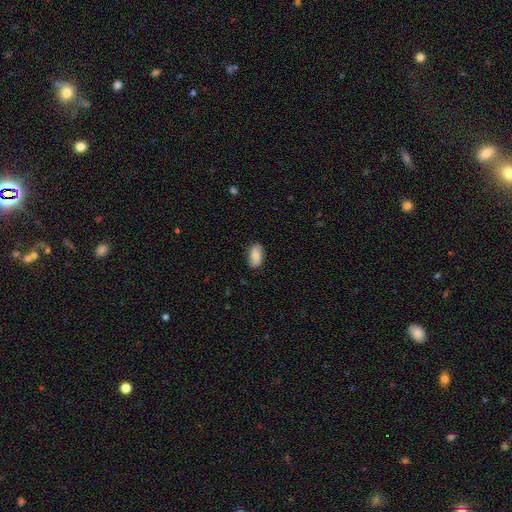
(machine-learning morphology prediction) Overall: smooth (67%). How rounded: in between (92%). Merging: none (83%).